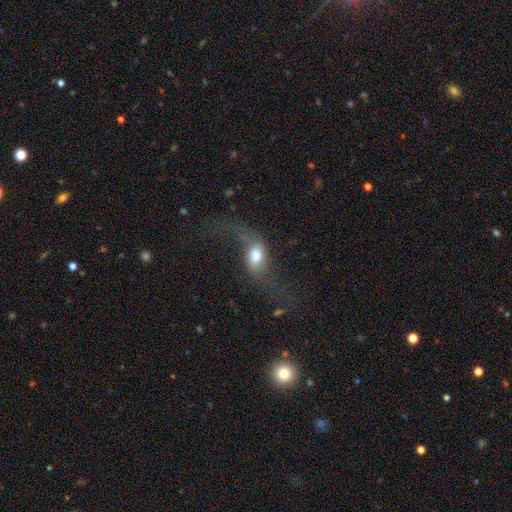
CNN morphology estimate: Smooth or featured: smooth — 52% (featured or disk — 39%)
How rounded: in between — 79% (round — 15%)
Merging: major disturbance — 41% (none — 36%)